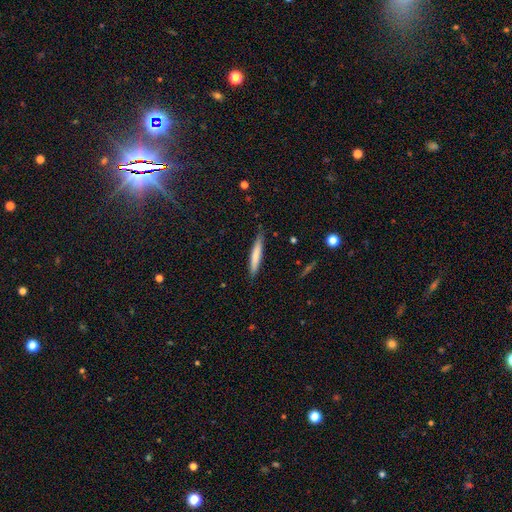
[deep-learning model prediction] smooth-or-featured: smooth: 74% | featured or disk: 20% | star or artifact: 6%
  how-rounded: cigar-shaped: 92% | in between: 7% | round: 1%
  merging: none: 82% | minor disturbance: 15% | major disturbance: 2% | merger: 1%